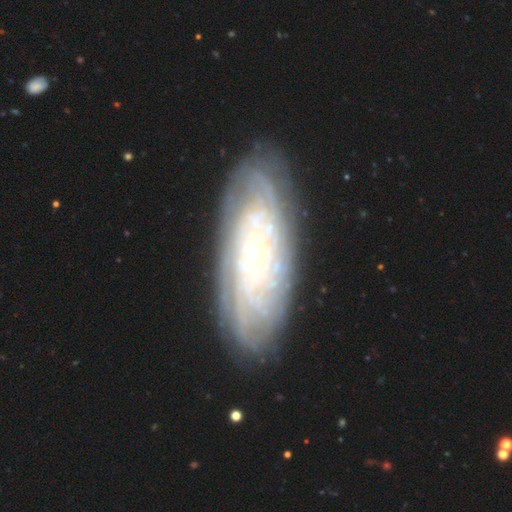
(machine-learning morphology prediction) This appears to be a featured or disk galaxy (78%) with no bar (80%), tight (82%) spiral arms (91%) and a small central bulge (85%). Merging: none (82%).